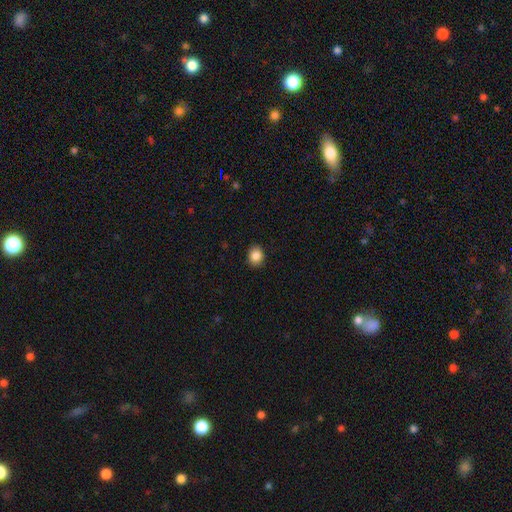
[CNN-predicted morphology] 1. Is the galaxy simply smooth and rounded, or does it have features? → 87% smooth, 9% star or artifact, 4% featured or disk.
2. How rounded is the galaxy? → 61% round, 38% in between, 1% cigar-shaped.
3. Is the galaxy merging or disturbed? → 89% none, 8% minor disturbance, 2% major disturbance, 1% merger.